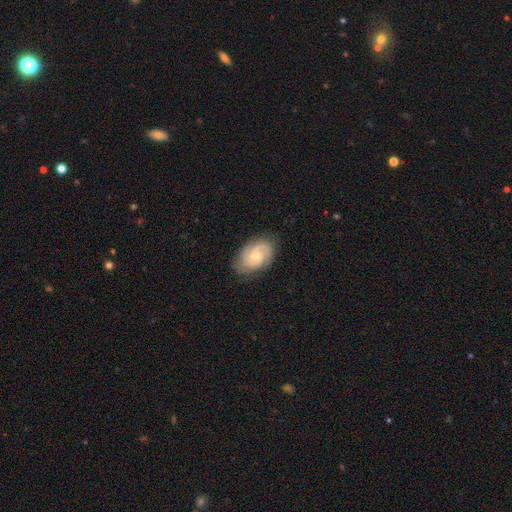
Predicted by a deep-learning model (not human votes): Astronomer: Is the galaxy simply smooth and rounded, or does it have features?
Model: featured or disk — 71%.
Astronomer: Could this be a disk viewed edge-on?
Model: no — 97%.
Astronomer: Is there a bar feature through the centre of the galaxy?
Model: no — 69%.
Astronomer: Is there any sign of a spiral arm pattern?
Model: yes — 94%.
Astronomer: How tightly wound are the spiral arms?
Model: tight — 52% (runner-up: medium, 39%).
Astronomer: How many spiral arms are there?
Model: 2 — 52%.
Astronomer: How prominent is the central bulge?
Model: moderate — 50% (runner-up: small, 45%).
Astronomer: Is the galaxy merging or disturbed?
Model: none — 78%.